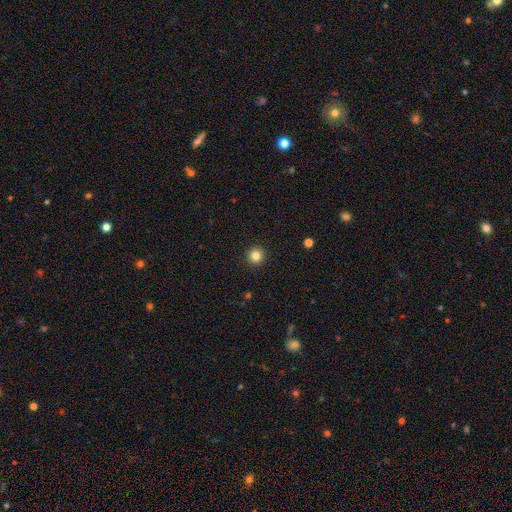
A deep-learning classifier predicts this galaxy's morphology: A smooth galaxy with no disk features (82%) that is round (95%).

Vote fractions:
- Smooth or featured? smooth: 82% / star or artifact: 12% / featured or disk: 6%
- How rounded? round: 95% / in between: 4% / cigar-shaped: 1%
- Merging? none: 93% / minor disturbance: 4% / major disturbance: 2% / merger: 1%